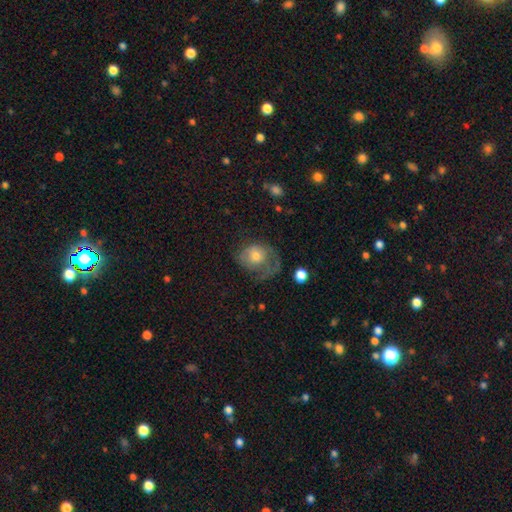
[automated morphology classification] Smooth or featured?
  - smooth: 48% *
  - featured or disk: 43%
  - star or artifact: 9%
Merging?
  - major disturbance: 42% *
  - none: 32%
  - minor disturbance: 24%
  - merger: 2%